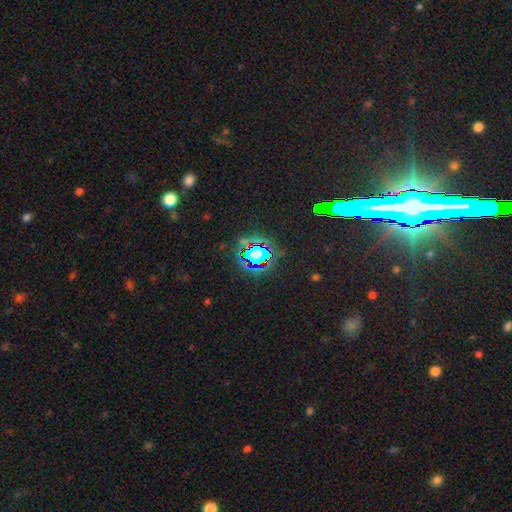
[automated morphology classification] smooth_or_featured: star or artifact (p=0.80) [alt: smooth p=0.12]